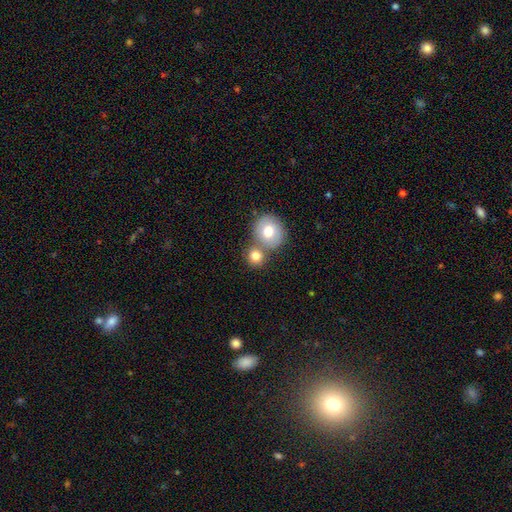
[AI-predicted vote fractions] Smooth or featured? smooth (79%)
How rounded? round (84%)
Merging? none (49%)